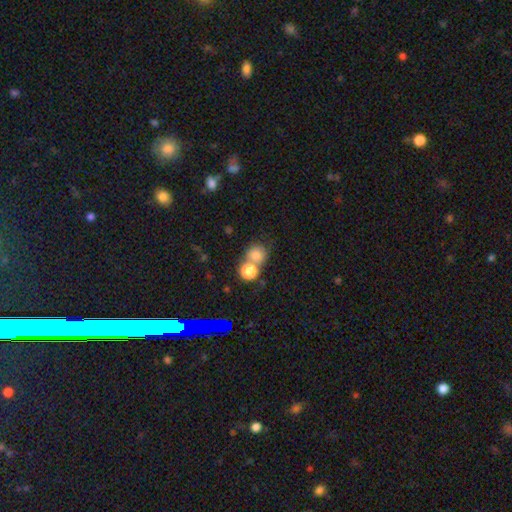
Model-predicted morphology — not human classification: Smooth or featured?
  - smooth: 77% *
  - star or artifact: 13%
  - featured or disk: 10%
How rounded?
  - round: 83% *
  - in between: 16%
  - cigar-shaped: 1%
Merging?
  - none: 44% * (tied)
  - merger: 44% * (tied)
  - minor disturbance: 8%
  - major disturbance: 4%